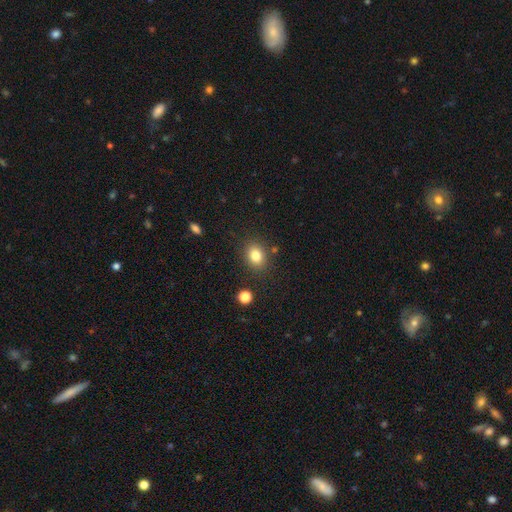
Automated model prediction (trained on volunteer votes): smooth_or_featured: smooth (p=0.82) [alt: star or artifact p=0.11]
how_rounded: round (p=0.55) [alt: in between p=0.44]
merging: none (p=0.84) [alt: minor disturbance p=0.10]